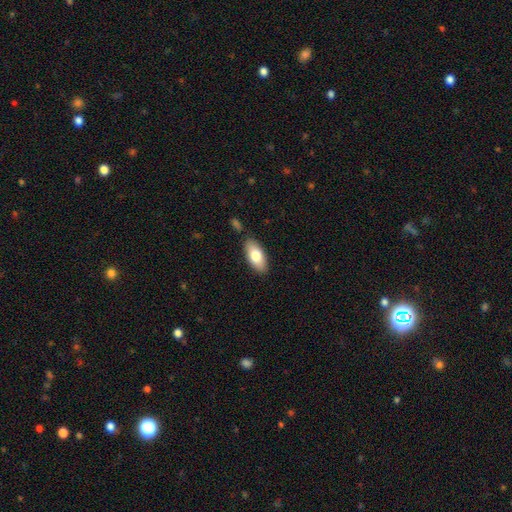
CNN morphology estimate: type=smooth (78%); roundness=in between (89%); merging=none (83%).